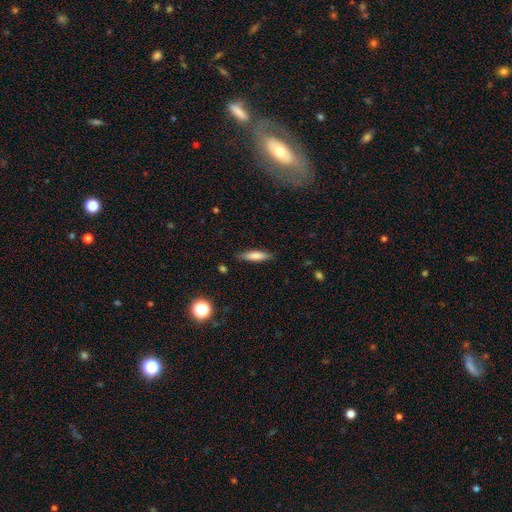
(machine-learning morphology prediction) Smooth or featured? smooth (78%)
How rounded? cigar-shaped (68%)
Merging? none (84%)